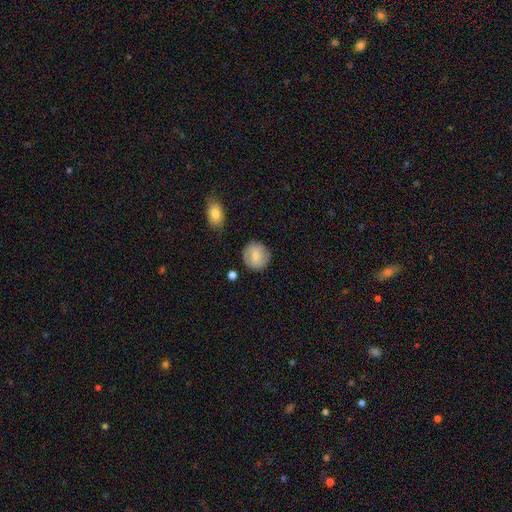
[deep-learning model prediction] smooth_or_featured: smooth (p=0.65) [alt: featured or disk p=0.28]
how_rounded: round (p=0.89) [alt: in between p=0.10]
merging: none (p=0.83) [alt: minor disturbance p=0.12]